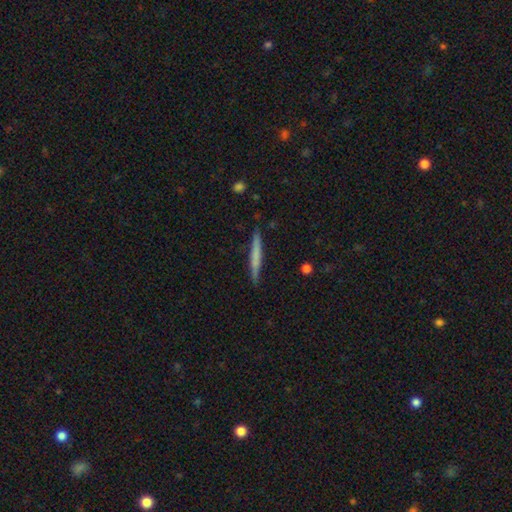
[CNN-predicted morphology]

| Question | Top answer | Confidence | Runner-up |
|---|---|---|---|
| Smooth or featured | smooth | 57% | featured or disk (37%) |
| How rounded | cigar-shaped | 96% | in between (3%) |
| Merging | none | 89% | minor disturbance (8%) |